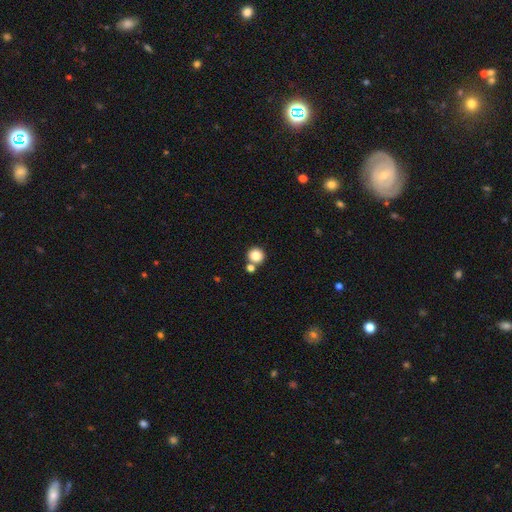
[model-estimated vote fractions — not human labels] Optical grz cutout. It shows a smooth galaxy with no disk features (84%) that is round (93%). Merging: none (71%).